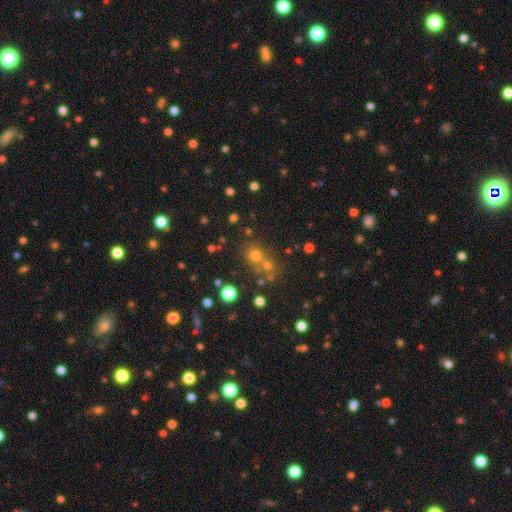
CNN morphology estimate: Smooth or featured?
  - smooth: 59% *
  - star or artifact: 30%
  - featured or disk: 12%
How rounded?
  - round: 82% *
  - in between: 17%
  - cigar-shaped: 1%
Merging?
  - none: 55% *
  - merger: 32%
  - minor disturbance: 8%
  - major disturbance: 4%